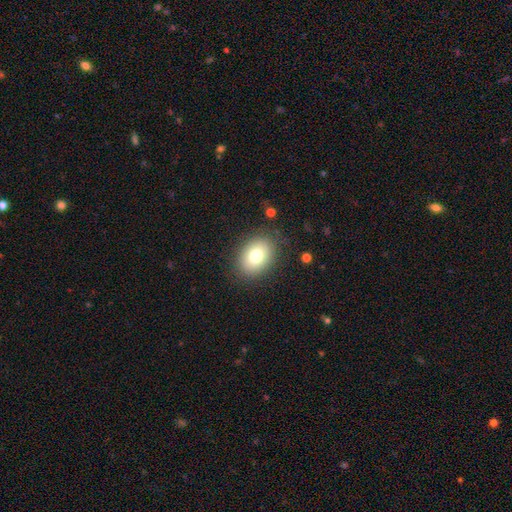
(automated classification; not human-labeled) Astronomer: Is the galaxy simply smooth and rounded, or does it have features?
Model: smooth — 78%.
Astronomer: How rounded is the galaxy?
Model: in between — 67%.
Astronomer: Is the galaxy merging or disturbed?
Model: none — 86%.